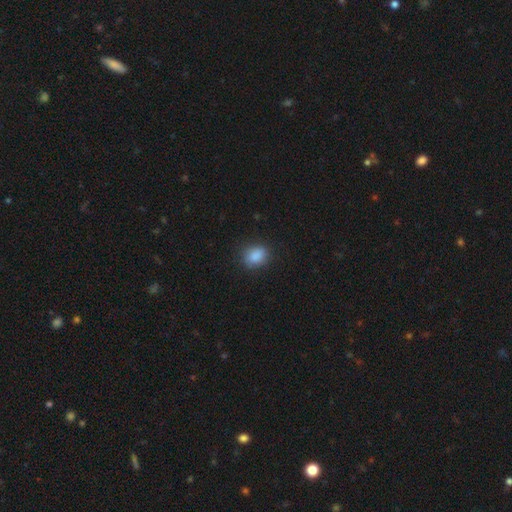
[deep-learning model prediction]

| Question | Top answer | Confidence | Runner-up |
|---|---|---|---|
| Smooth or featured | smooth | 87% | star or artifact (9%) |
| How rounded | in between | 58% | round (41%) |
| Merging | none | 80% | minor disturbance (15%) |